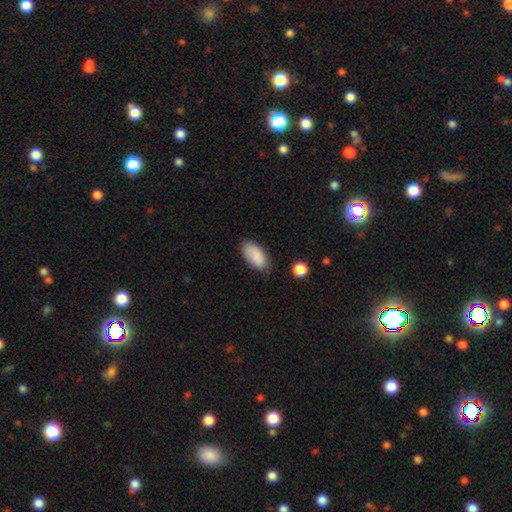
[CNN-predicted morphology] Q: Smooth or featured?
A: smooth (86%); runner-up: star or artifact (7%)
Q: How rounded?
A: in between (93%); runner-up: cigar-shaped (4%)
Q: Merging?
A: none (76%); runner-up: minor disturbance (18%)